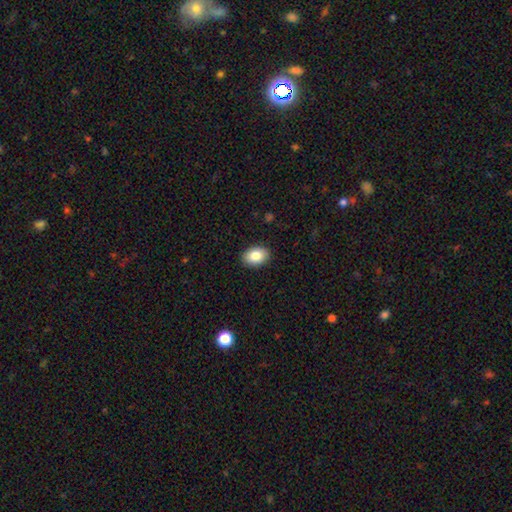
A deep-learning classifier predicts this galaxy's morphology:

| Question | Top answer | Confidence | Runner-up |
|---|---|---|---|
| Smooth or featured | smooth | 84% | star or artifact (8%) |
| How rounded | in between | 80% | round (19%) |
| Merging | none | 90% | minor disturbance (7%) |